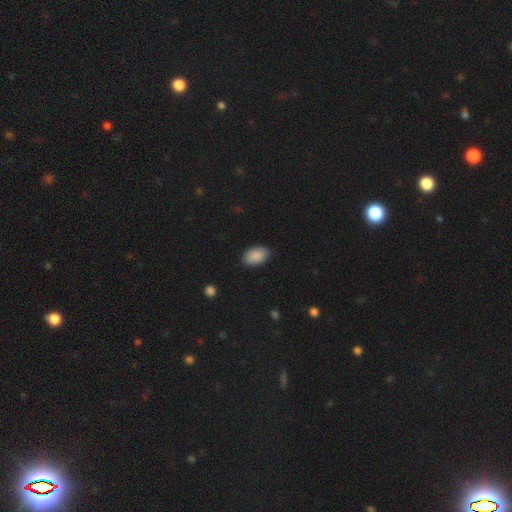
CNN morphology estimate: Q: Smooth or featured?
A: smooth (90%); runner-up: star or artifact (7%)
Q: How rounded?
A: in between (93%); runner-up: round (6%)
Q: Merging?
A: none (88%); runner-up: minor disturbance (8%)